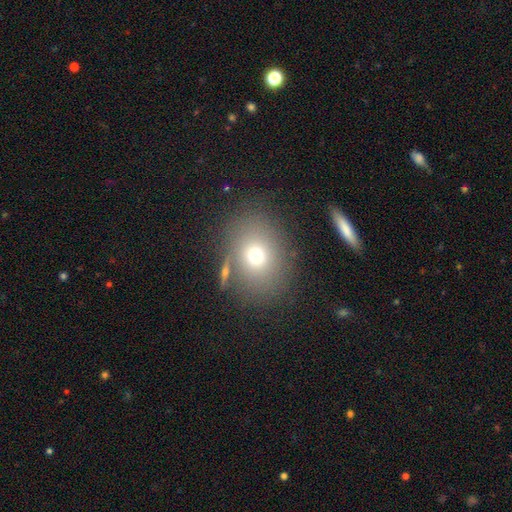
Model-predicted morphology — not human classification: The model was most divided on "how rounded": round: 50%, in between: 49%, cigar-shaped: 1%. More confident: merging — none (75%); smooth or featured — smooth (69%).